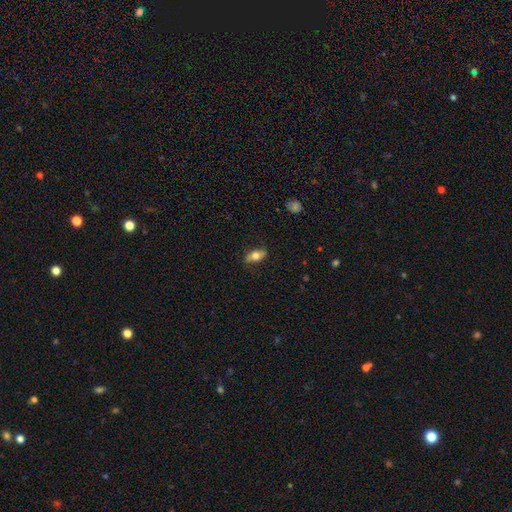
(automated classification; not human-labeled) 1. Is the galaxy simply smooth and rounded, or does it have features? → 66% smooth, 27% featured or disk, 7% star or artifact.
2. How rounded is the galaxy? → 82% in between, 13% cigar-shaped, 5% round.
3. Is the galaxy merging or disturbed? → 83% none, 13% minor disturbance, 3% major disturbance, 1% merger.